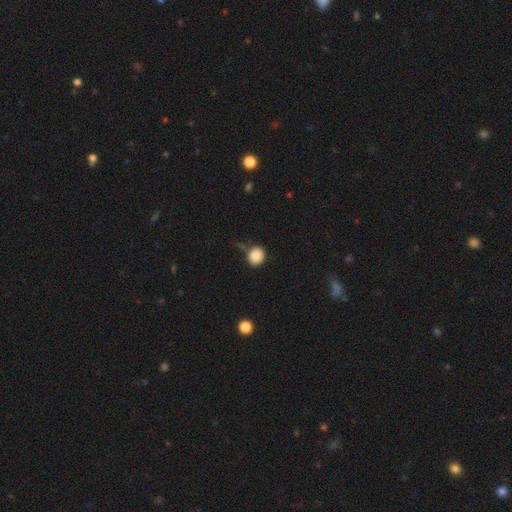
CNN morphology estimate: This appears to be a smooth galaxy with no disk features (86%) that is round (84%). Merging: none (72%).